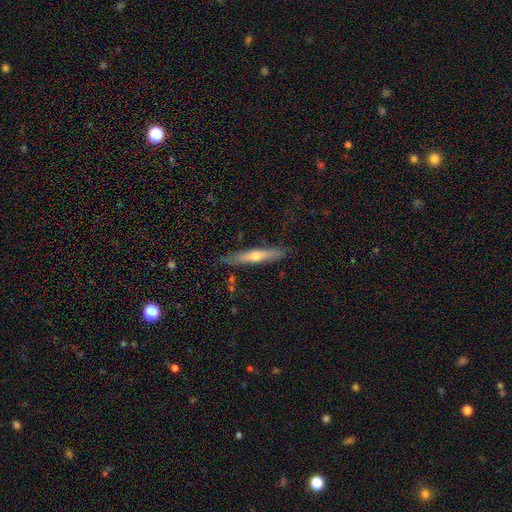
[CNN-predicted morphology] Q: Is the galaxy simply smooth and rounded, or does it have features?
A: featured or disk — 53%.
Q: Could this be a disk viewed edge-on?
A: yes — 92%.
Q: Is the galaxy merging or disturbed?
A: none — 85%.